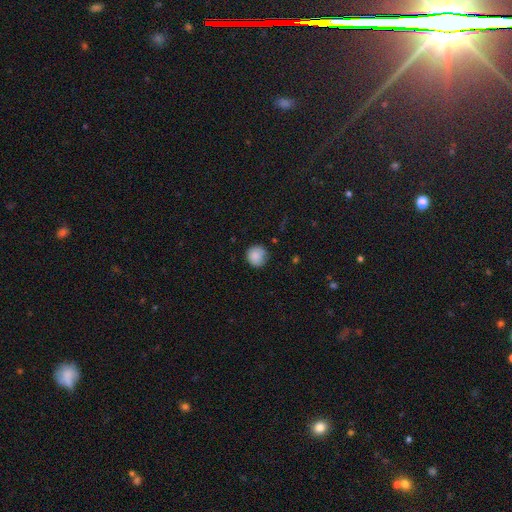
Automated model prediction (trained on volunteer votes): A smooth galaxy with no disk features (85%) that is round (90%). Merging: none (75%).